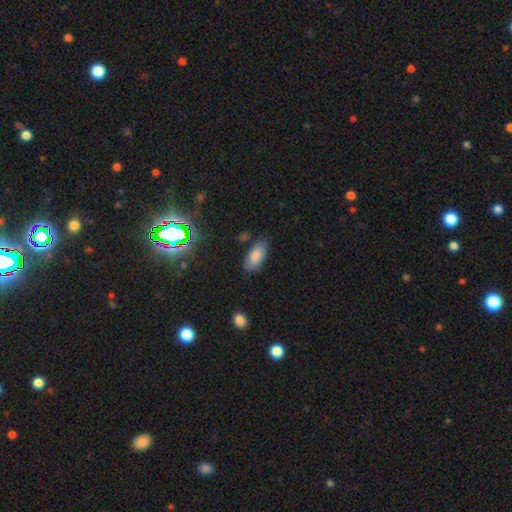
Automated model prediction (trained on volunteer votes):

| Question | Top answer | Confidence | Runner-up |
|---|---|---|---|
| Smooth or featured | smooth | 82% | star or artifact (10%) |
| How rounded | in between | 91% | cigar-shaped (6%) |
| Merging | none | 76% | minor disturbance (18%) |